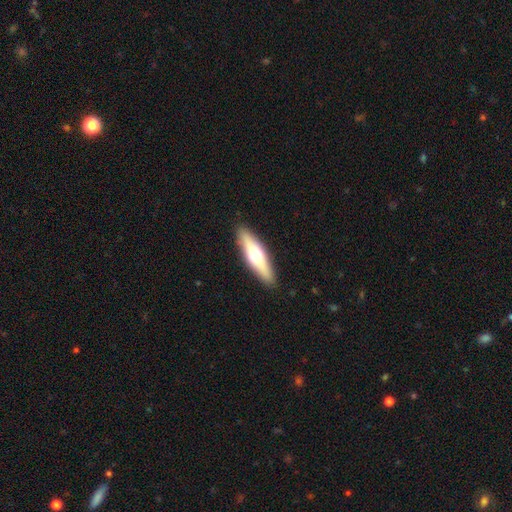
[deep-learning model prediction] Smooth or featured: smooth — 49% (featured or disk — 46%)
Merging: none — 90% (minor disturbance — 7%)